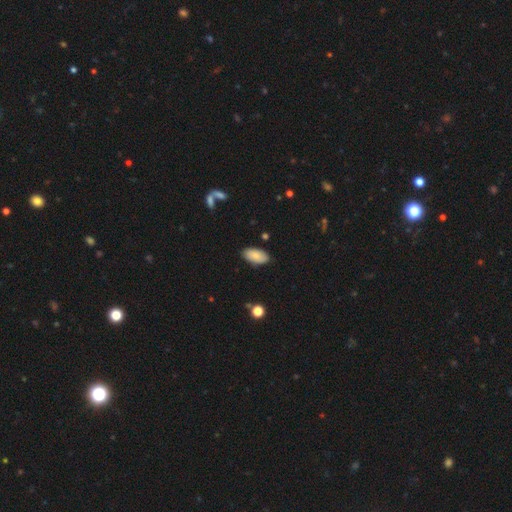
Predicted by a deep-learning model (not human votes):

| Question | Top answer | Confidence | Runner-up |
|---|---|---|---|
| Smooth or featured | smooth | 86% | featured or disk (7%) |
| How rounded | in between | 95% | cigar-shaped (3%) |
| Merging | none | 86% | minor disturbance (10%) |